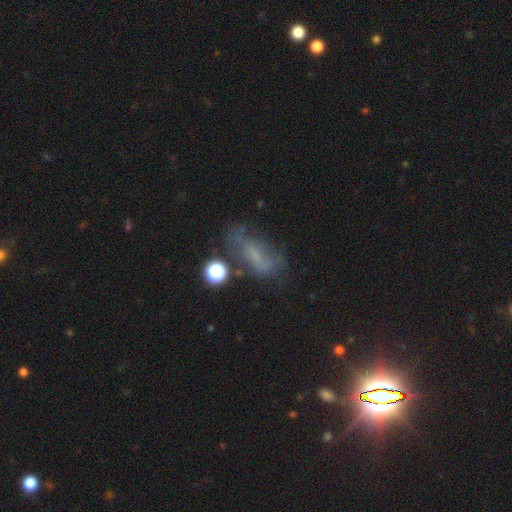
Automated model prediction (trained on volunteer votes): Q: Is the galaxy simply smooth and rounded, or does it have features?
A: smooth — 40%.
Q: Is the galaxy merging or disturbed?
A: none — 42%.